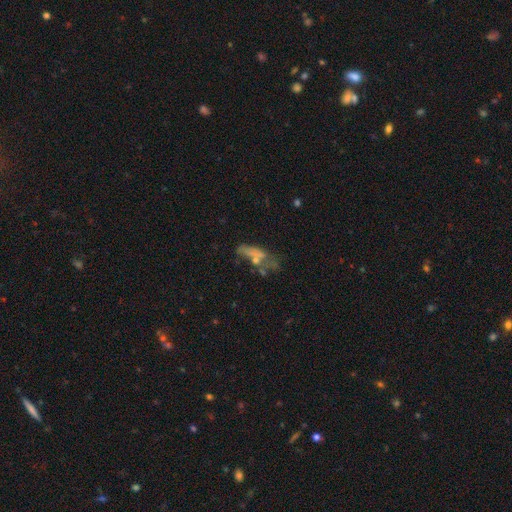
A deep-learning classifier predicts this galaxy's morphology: The model was most divided on "merging": none: 30%, major disturbance: 29%, merger: 23%, minor disturbance: 18%. Remaining: smooth or featured — smooth (45%).